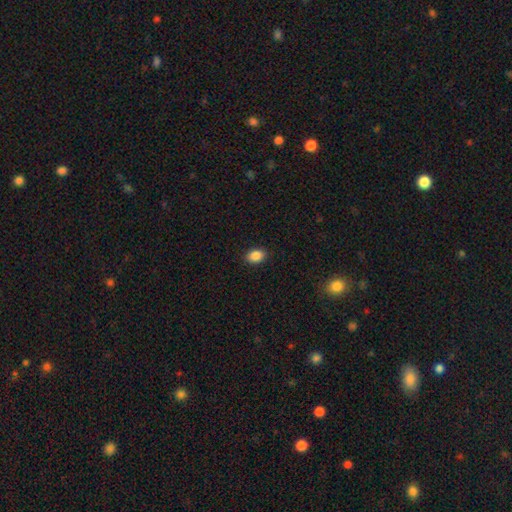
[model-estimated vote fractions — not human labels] This is clearly a smooth galaxy (88%). How rounded: likely in between (78%). Merging: clearly none (88%).